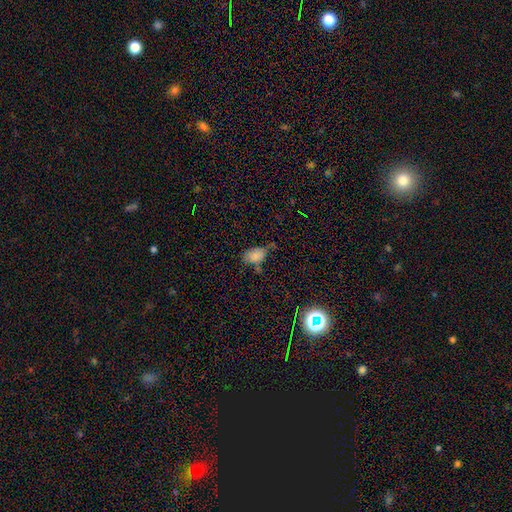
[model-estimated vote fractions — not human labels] Morphology: type=smooth (81%); roundness=in between (89%); merging=none (48%).